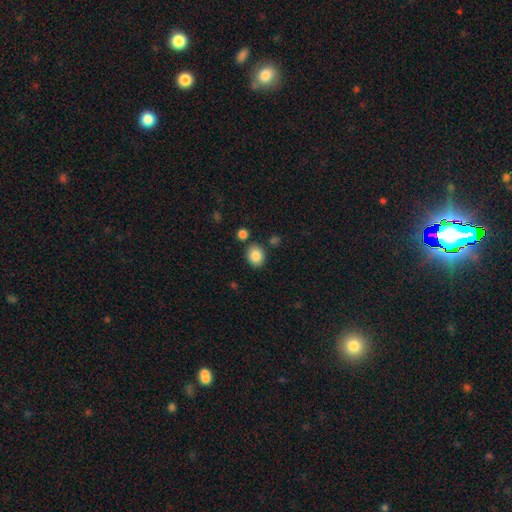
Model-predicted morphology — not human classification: A smooth galaxy with no disk features (86%) that is round (54%).

Vote fractions:
- Smooth or featured? smooth: 86% / star or artifact: 9% / featured or disk: 5%
- How rounded? round: 54% / in between: 45% / cigar-shaped: 1%
- Merging? none: 81% / minor disturbance: 10% / merger: 6% / major disturbance: 3%